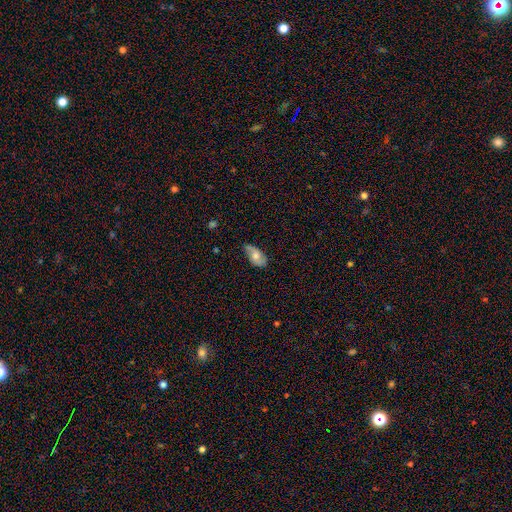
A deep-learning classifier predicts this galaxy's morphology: Q: Smooth or featured?
A: smooth (52%); runner-up: featured or disk (40%)
Q: How rounded?
A: in between (91%); runner-up: round (6%)
Q: Merging?
A: none (55%); runner-up: minor disturbance (34%)